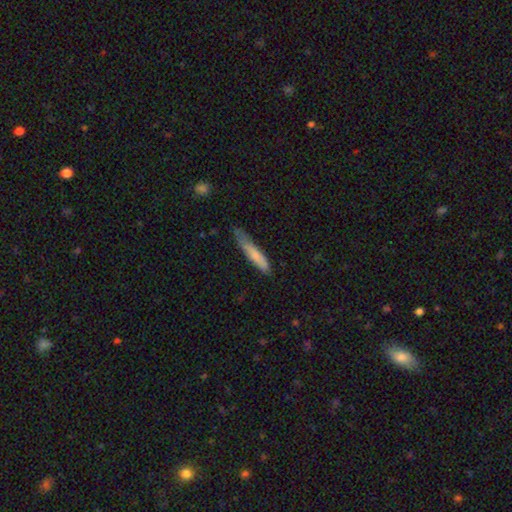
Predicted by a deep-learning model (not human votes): Q: Smooth or featured?
A: smooth (75%); runner-up: featured or disk (20%)
Q: How rounded?
A: cigar-shaped (89%); runner-up: in between (10%)
Q: Merging?
A: none (56%); runner-up: minor disturbance (34%)